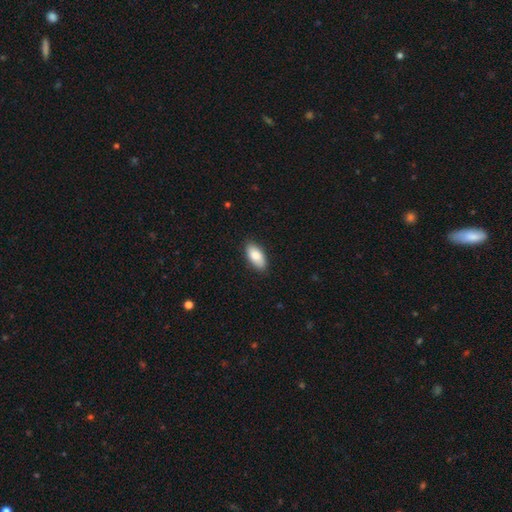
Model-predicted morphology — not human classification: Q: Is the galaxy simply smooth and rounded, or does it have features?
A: smooth — 85%.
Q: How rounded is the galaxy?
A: in between — 92%.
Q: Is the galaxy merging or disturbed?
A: none — 87%.